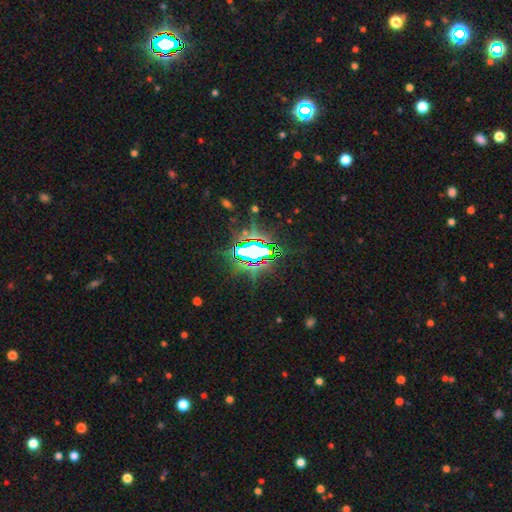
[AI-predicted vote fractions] The model was most divided on "smooth or featured": star or artifact: 76%, smooth: 13%, featured or disk: 11%.